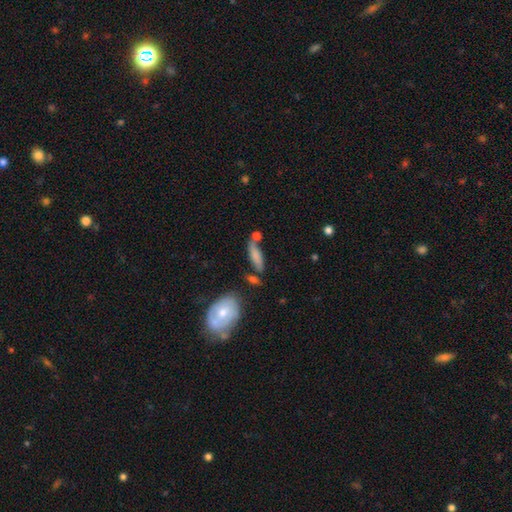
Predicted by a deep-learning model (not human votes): The model was most divided on "how rounded": cigar-shaped: 56%, in between: 41%, round: 3%. More confident: smooth or featured — smooth (73%); merging — none (58%).